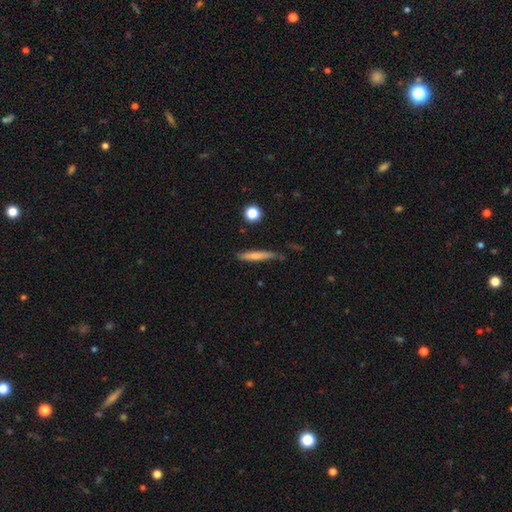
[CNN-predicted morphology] The model was most divided on "smooth or featured": smooth: 68%, featured or disk: 25%, star or artifact: 7%. More confident: how rounded — cigar-shaped (92%); merging — none (68%).